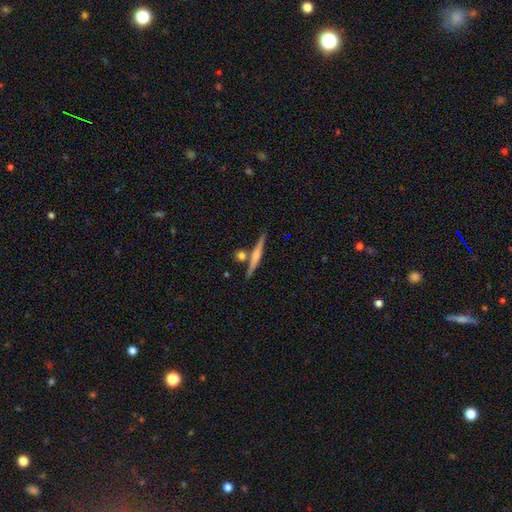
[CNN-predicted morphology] Overall: featured or disk (54%; smooth 39%). Edge-on disk: yes (97%). Edge-on bulge: rounded (52%; none 33%). Merging: none (77%).